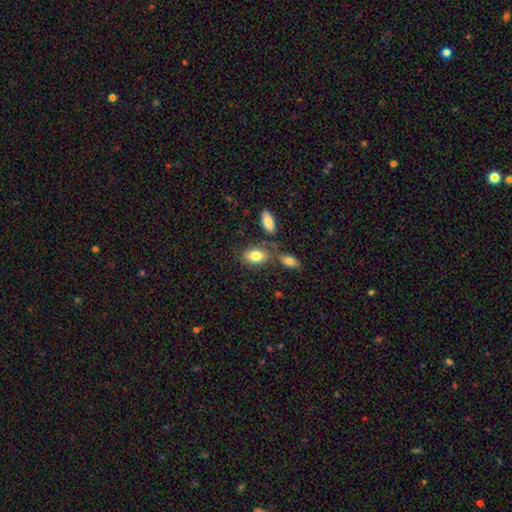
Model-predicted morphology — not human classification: A smooth galaxy with no disk features (81%) that is in between round and cigar-shaped (89%).

Vote fractions:
- Smooth or featured? smooth: 81% / featured or disk: 12% / star or artifact: 7%
- How rounded? in between: 89% / round: 9% / cigar-shaped: 2%
- Merging? none: 59% / merger: 23% / minor disturbance: 14% / major disturbance: 5%